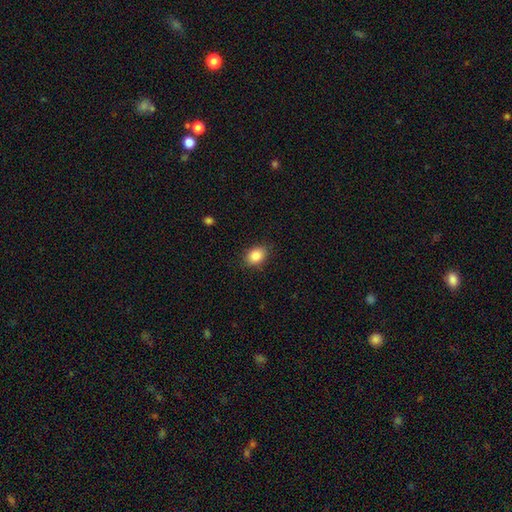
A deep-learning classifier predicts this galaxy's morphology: Smooth or featured?
  - smooth: 86% *
  - star or artifact: 9%
  - featured or disk: 6%
How rounded?
  - in between: 68% *
  - round: 31%
  - cigar-shaped: 1%
Merging?
  - none: 85% *
  - minor disturbance: 11%
  - major disturbance: 3%
  - merger: 1%